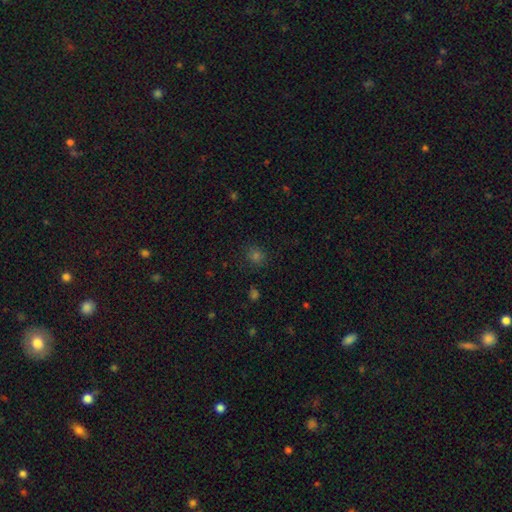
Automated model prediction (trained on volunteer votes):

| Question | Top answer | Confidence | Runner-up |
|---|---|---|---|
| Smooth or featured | smooth | 70% | star or artifact (24%) |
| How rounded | round | 83% | in between (16%) |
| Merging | none | 87% | minor disturbance (9%) |